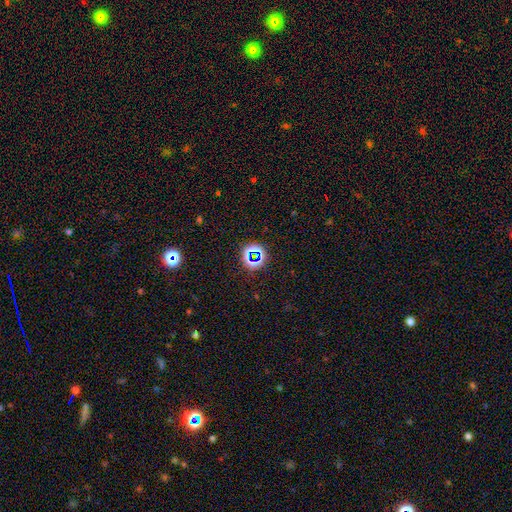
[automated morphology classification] A star or artifact, not a galaxy (68%).

Vote fractions:
- Smooth or featured? star or artifact: 68% / smooth: 22% / featured or disk: 10%